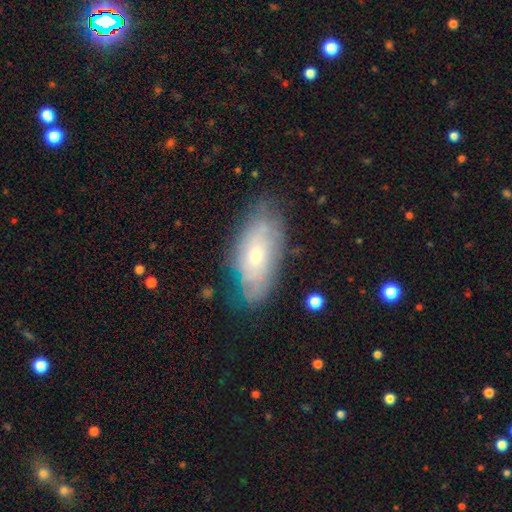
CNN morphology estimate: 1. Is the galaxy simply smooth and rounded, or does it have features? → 49% featured or disk, 44% smooth, 8% star or artifact.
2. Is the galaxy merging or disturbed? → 68% none, 23% minor disturbance, 6% major disturbance, 2% merger.